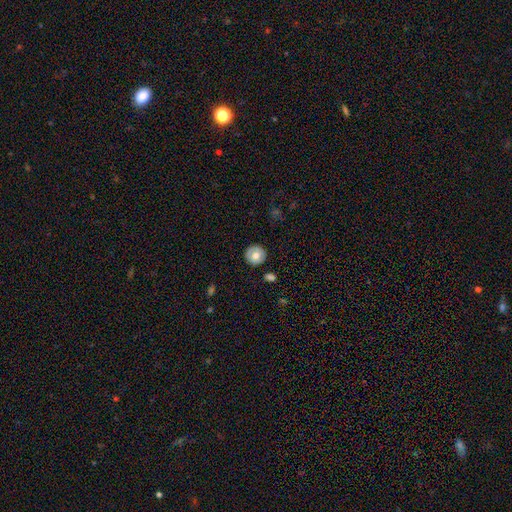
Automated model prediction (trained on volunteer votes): Q: Smooth or featured?
A: smooth (66%); runner-up: featured or disk (26%)
Q: How rounded?
A: round (93%); runner-up: in between (6%)
Q: Merging?
A: none (89%); runner-up: minor disturbance (8%)